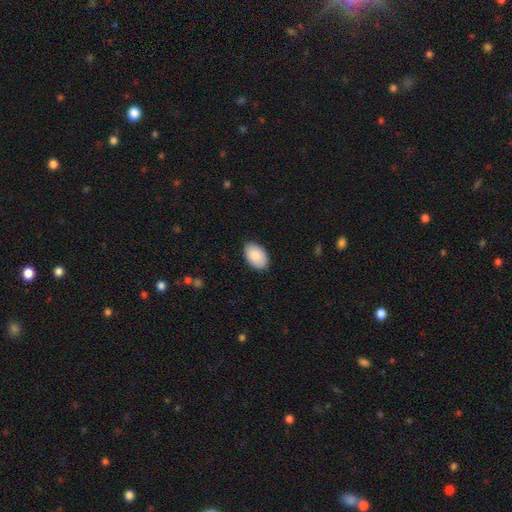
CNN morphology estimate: This is clearly a smooth galaxy (89%). How rounded: clearly in between (93%). Merging: clearly none (87%).